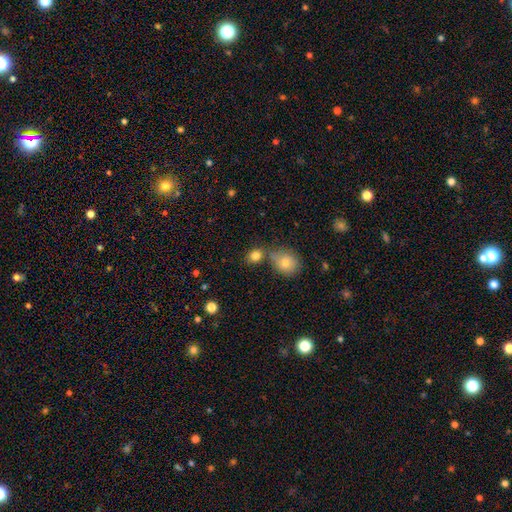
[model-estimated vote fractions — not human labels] Q: Smooth or featured?
A: smooth (83%); runner-up: star or artifact (11%)
Q: How rounded?
A: round (57%); runner-up: in between (42%)
Q: Merging?
A: none (60%); runner-up: merger (25%)